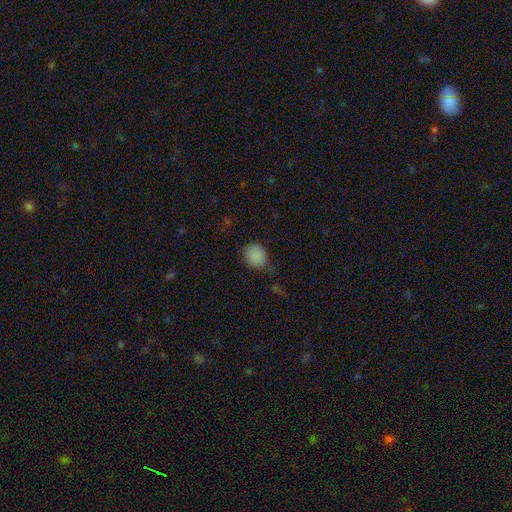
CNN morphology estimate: smooth 86%, star or artifact 10%, featured or disk 4%. Down the decision tree: how rounded — round (65%); merging — none (67%).